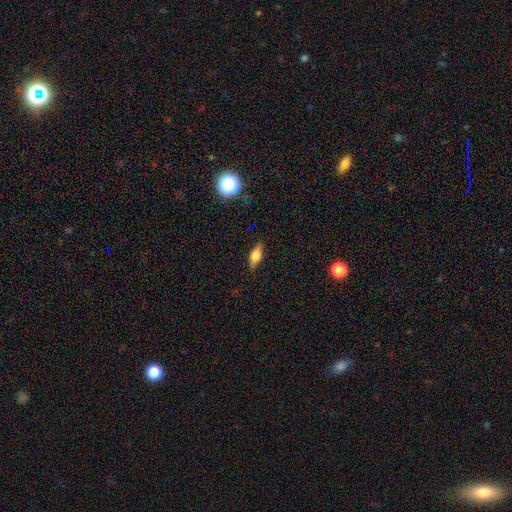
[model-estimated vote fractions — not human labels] The model was most divided on "smooth or featured": smooth: 61%, featured or disk: 29%, star or artifact: 10%. More confident: merging — none (83%); how rounded — in between (71%).